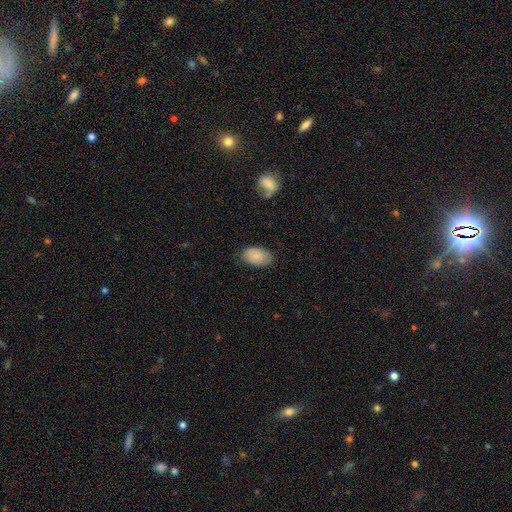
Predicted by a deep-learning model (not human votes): Morphology: type=smooth (80%); roundness=in between (91%); merging=none (72%).